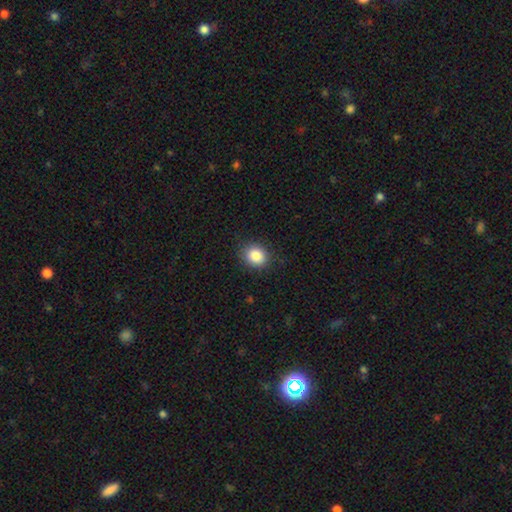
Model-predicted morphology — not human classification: A smooth galaxy with no disk features (86%) that is round (65%). Merging: none (86%).